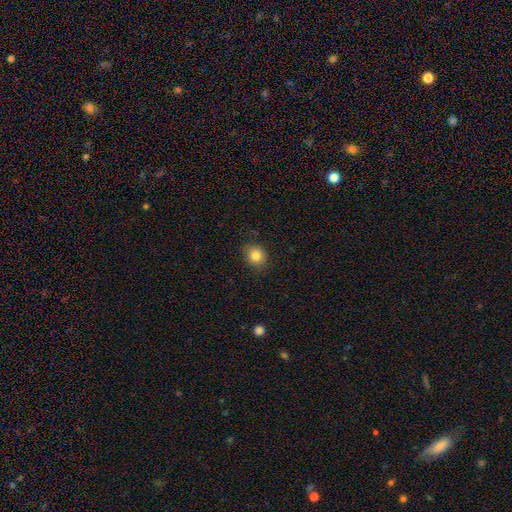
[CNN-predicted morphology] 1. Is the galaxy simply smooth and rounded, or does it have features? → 84% smooth, 10% star or artifact, 6% featured or disk.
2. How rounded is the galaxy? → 78% round, 21% in between, 1% cigar-shaped.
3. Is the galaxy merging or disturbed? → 87% none, 10% minor disturbance, 2% major disturbance, 1% merger.